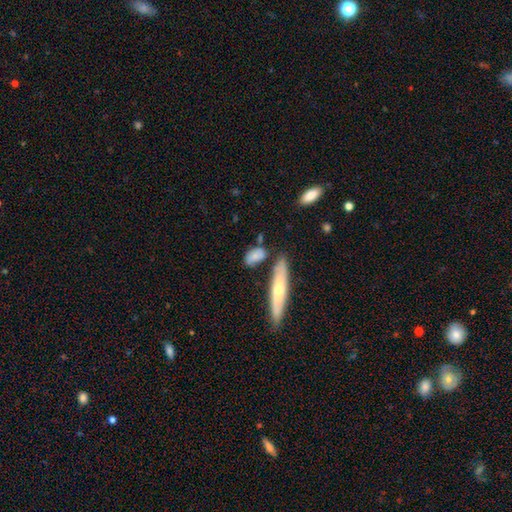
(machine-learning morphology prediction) Smooth or featured?
  - smooth: 75% *
  - featured or disk: 19%
  - star or artifact: 7%
How rounded?
  - in between: 71% *
  - cigar-shaped: 21%
  - round: 7%
Merging?
  - none: 58% *
  - minor disturbance: 20%
  - merger: 15%
  - major disturbance: 7%